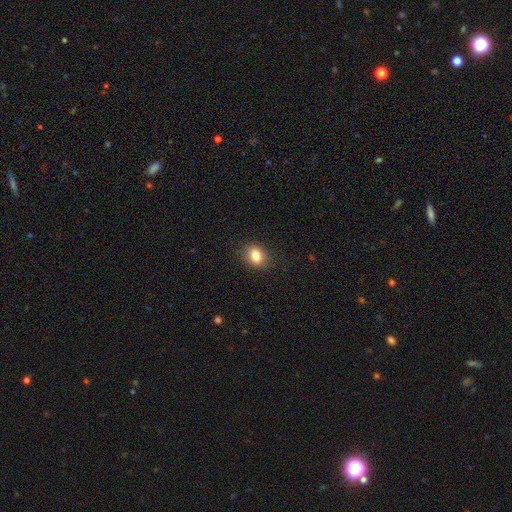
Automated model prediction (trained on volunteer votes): smooth 83%, star or artifact 10%, featured or disk 7%. Down the decision tree: how rounded — in between (55%); merging — none (86%).